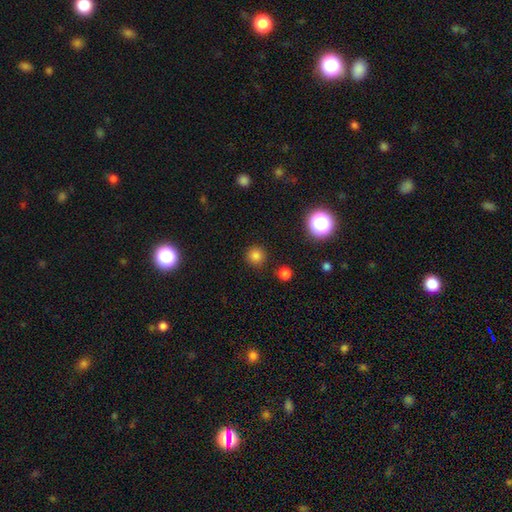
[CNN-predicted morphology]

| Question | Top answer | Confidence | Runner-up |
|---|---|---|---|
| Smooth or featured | smooth | 79% | star or artifact (16%) |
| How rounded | round | 94% | in between (5%) |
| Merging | none | 88% | minor disturbance (7%) |